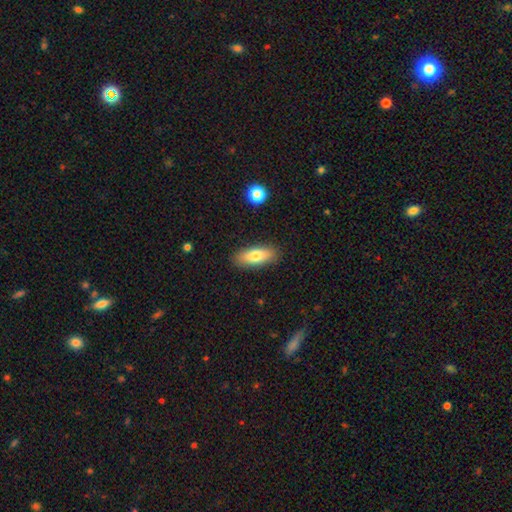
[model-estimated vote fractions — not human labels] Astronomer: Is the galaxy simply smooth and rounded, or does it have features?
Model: smooth — 76%.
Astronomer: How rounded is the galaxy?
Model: in between — 73%.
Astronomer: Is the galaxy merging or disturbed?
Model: none — 88%.